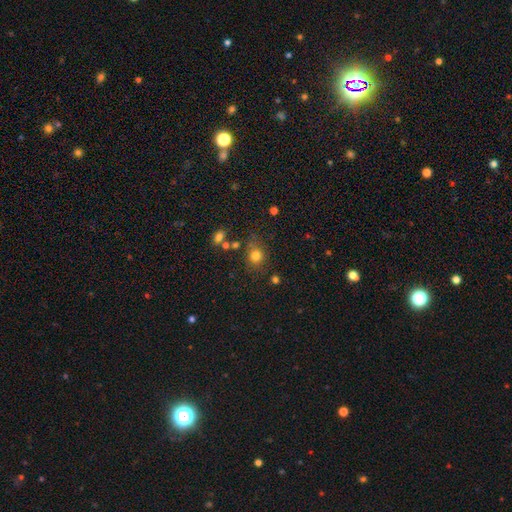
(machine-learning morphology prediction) smooth 78%, star or artifact 15%, featured or disk 7%. Down the decision tree: how rounded — round (74%); merging — none (68%).